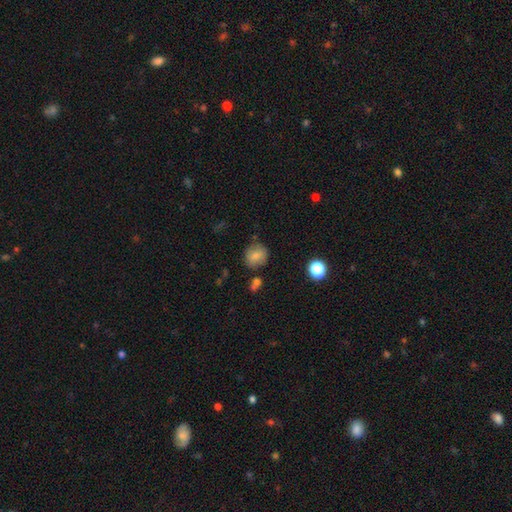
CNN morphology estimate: Smooth or featured?
  - smooth: 78% *
  - featured or disk: 11%
  - star or artifact: 10%
How rounded?
  - round: 81% *
  - in between: 18%
  - cigar-shaped: 1%
Merging?
  - none: 75% *
  - minor disturbance: 14%
  - merger: 6%
  - major disturbance: 4%